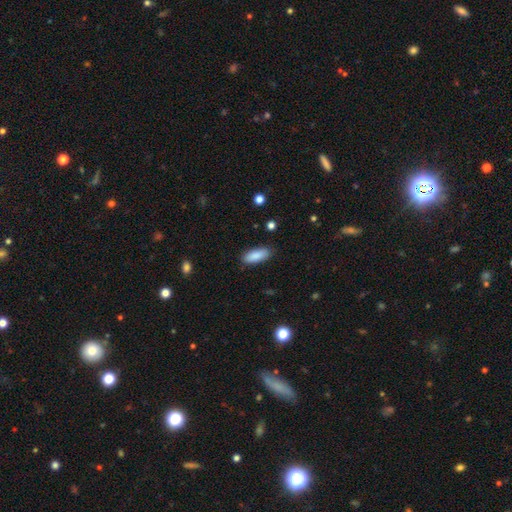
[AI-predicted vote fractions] smooth-or-featured: smooth: 88% | star or artifact: 6% | featured or disk: 5%
  how-rounded: in between: 78% | cigar-shaped: 21% | round: 2%
  merging: none: 86% | minor disturbance: 10% | major disturbance: 2% | merger: 1%